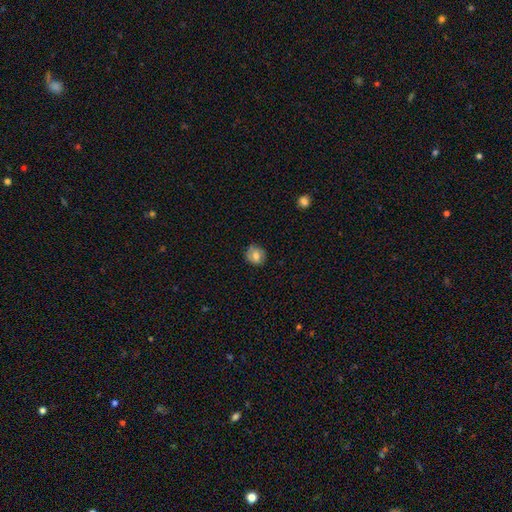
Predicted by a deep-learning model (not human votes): This appears to be a smooth galaxy with no disk features (73%) that is round (80%). Merging: none (80%).